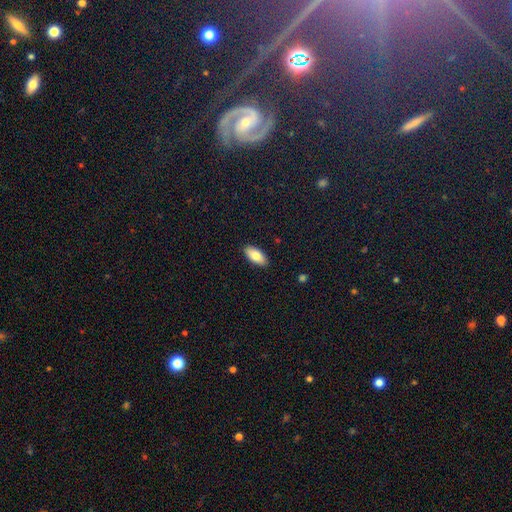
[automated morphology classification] Overall: smooth (80%). How rounded: in between (89%). Merging: none (89%).